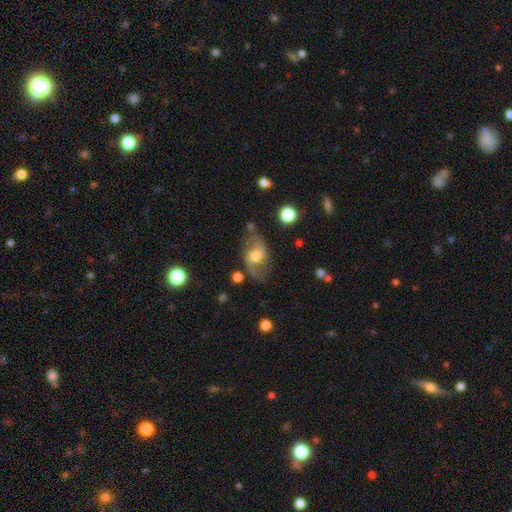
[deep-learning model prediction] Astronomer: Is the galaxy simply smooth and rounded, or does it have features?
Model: featured or disk — 71%.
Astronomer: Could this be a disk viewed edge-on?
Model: no — 95%.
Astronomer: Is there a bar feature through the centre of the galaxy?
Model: weak — 45% (runner-up: no, 42%).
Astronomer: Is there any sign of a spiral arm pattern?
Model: yes — 89%.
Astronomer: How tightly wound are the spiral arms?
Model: loose — 63%.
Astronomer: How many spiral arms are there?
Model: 2 — 89%.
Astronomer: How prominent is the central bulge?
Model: moderate — 57%.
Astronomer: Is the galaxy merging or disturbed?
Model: none — 65%.